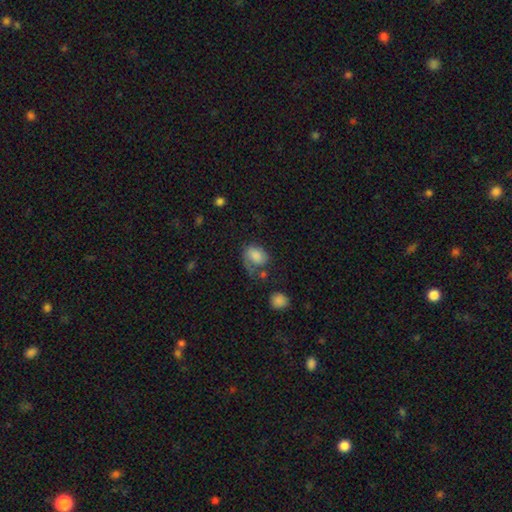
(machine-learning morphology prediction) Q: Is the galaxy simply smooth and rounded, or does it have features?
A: smooth — 75%.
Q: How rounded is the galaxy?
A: in between — 72%.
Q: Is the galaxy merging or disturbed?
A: none — 34%.